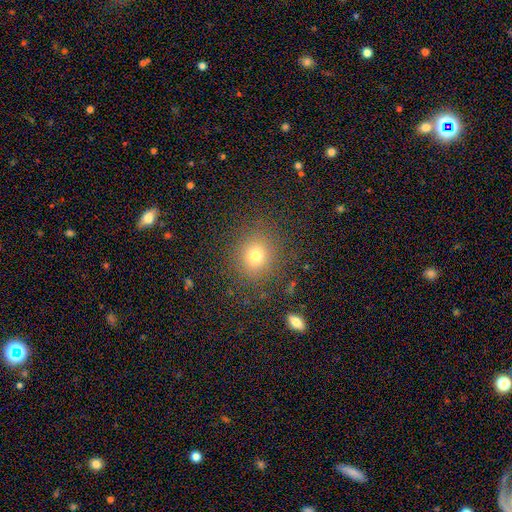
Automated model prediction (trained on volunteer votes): Smooth or featured: smooth — 74% (star or artifact — 17%)
How rounded: round — 84% (in between — 15%)
Merging: none — 86% (minor disturbance — 8%)